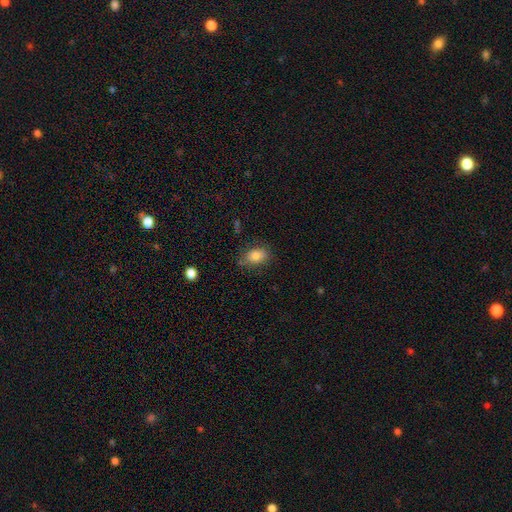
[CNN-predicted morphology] A smooth galaxy with no disk features (83%) that is in between round and cigar-shaped (79%). Merging: none (76%).